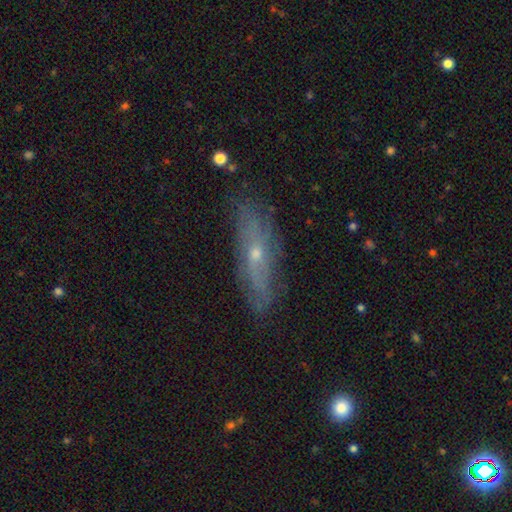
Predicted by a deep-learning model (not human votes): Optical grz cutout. It shows a featured or disk galaxy (63%). Merging: none (75%).